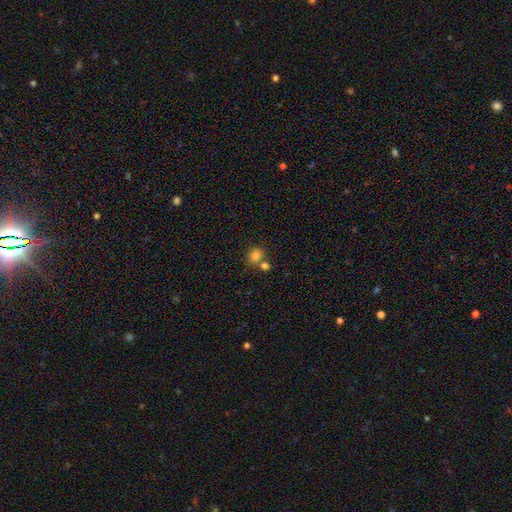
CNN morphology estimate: smooth_or_featured: smooth (p=0.81) [alt: star or artifact p=0.13]
how_rounded: round (p=0.73) [alt: in between p=0.26]
merging: none (p=0.59) [alt: merger p=0.27]